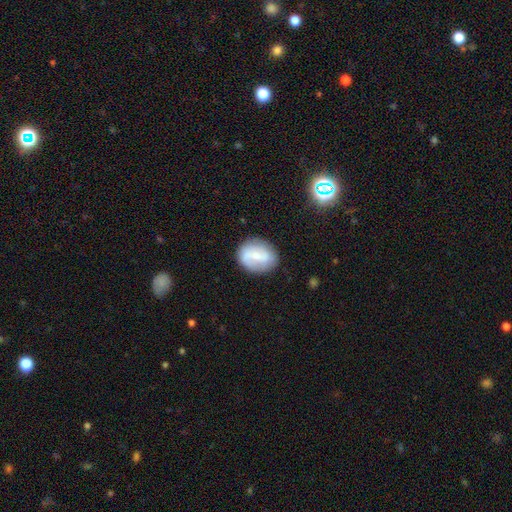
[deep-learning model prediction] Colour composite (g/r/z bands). It shows a featured or disk galaxy (53%) with a weak bar (43%), spiral arms (76%) and a small central bulge (56%). Merging: none (77%).